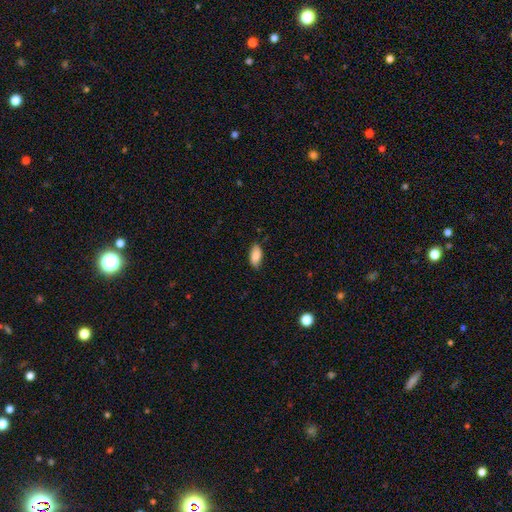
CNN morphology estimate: Q: Smooth or featured?
A: smooth (87%); runner-up: star or artifact (7%)
Q: How rounded?
A: in between (91%); runner-up: cigar-shaped (6%)
Q: Merging?
A: none (80%); runner-up: minor disturbance (16%)